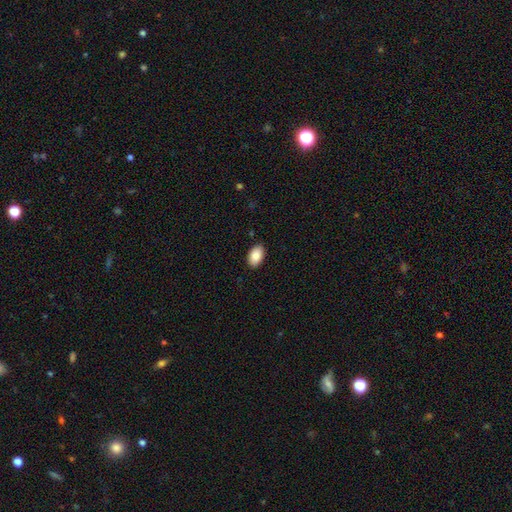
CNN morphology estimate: This is clearly a smooth galaxy (86%). How rounded: clearly in between (92%). Merging: clearly none (89%).